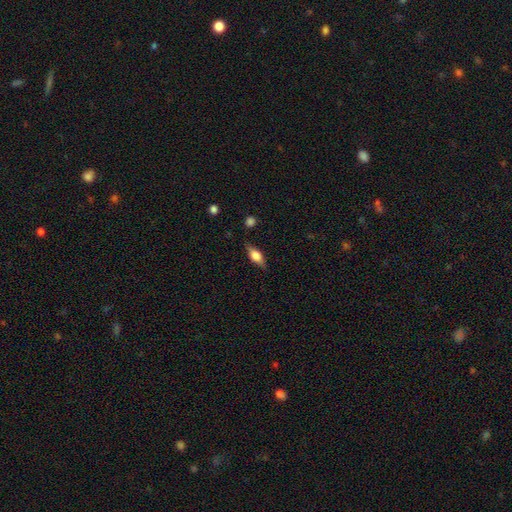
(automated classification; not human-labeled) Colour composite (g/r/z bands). It shows a smooth galaxy with no disk features (52%) that is in between round and cigar-shaped (72%). Merging: none (79%).